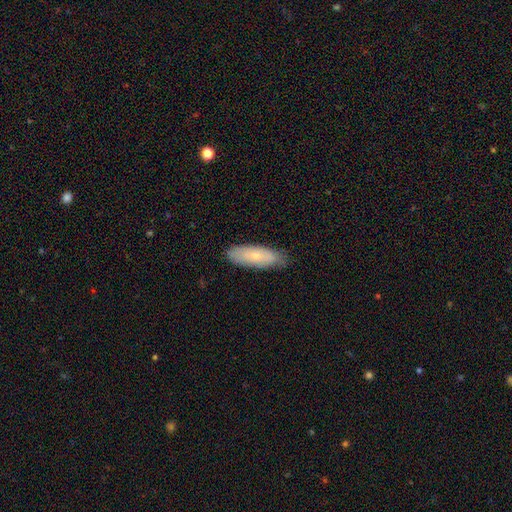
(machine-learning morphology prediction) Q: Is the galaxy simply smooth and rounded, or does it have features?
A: smooth — 67%.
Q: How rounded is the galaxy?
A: in between — 66%.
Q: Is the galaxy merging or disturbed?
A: none — 79%.